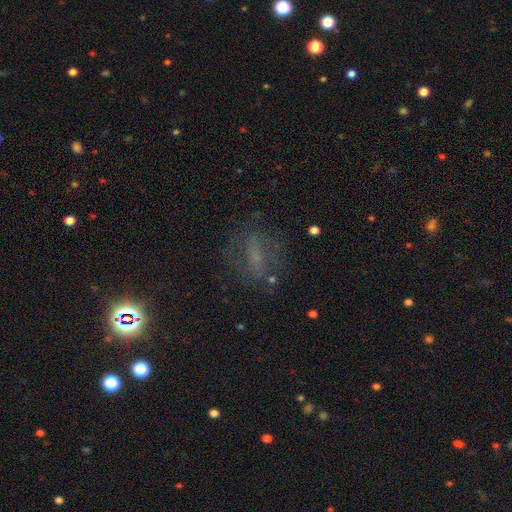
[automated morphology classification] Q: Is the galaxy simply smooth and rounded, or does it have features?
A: featured or disk — 38%.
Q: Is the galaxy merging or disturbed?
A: none — 68%.